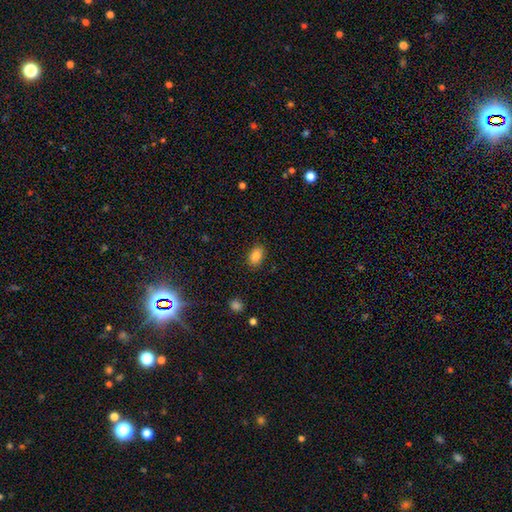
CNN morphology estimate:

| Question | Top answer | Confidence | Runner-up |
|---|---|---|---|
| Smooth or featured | smooth | 86% | star or artifact (9%) |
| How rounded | in between | 84% | round (14%) |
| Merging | none | 86% | minor disturbance (10%) |